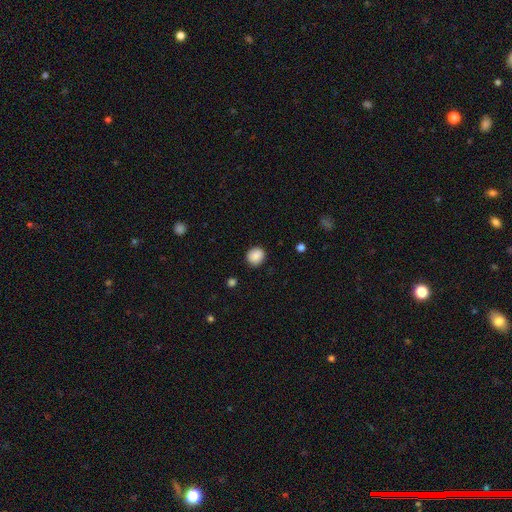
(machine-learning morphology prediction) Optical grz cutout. It shows a smooth galaxy with no disk features (87%) that is round (83%). Merging: none (86%).